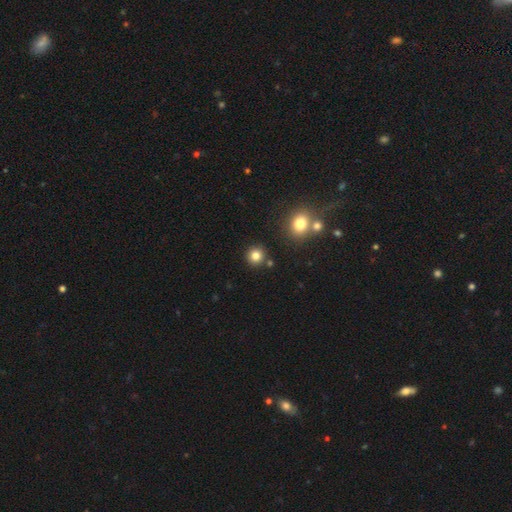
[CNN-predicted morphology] smooth_or_featured: smooth (p=0.81) [alt: star or artifact p=0.13]
how_rounded: round (p=0.93) [alt: in between p=0.06]
merging: none (p=0.86) [alt: minor disturbance p=0.06]